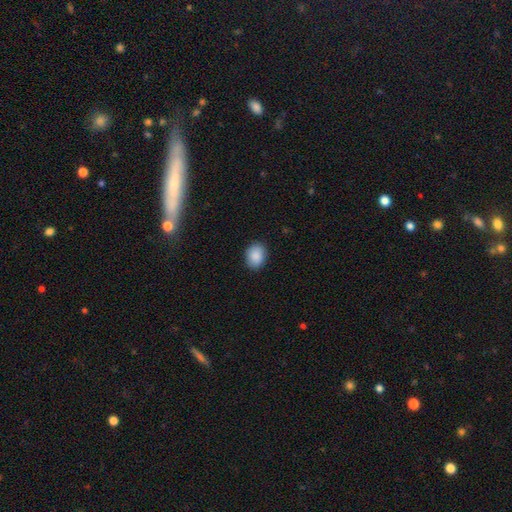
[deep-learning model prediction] Q: Smooth or featured?
A: smooth (89%); runner-up: star or artifact (7%)
Q: How rounded?
A: in between (66%); runner-up: round (34%)
Q: Merging?
A: none (88%); runner-up: minor disturbance (9%)